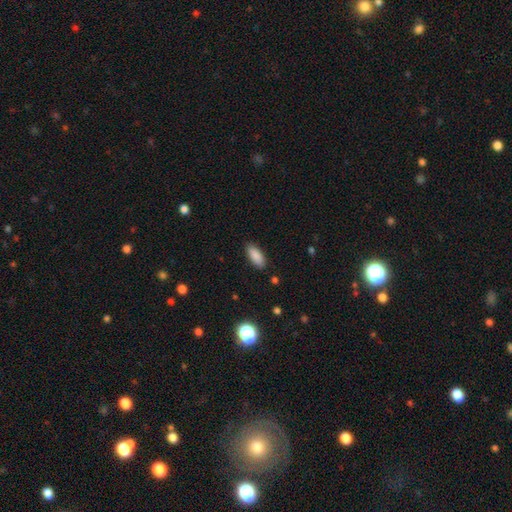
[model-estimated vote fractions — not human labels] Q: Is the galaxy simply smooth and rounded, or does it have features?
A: smooth — 88%.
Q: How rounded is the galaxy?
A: in between — 81%.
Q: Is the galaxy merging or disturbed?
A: none — 88%.